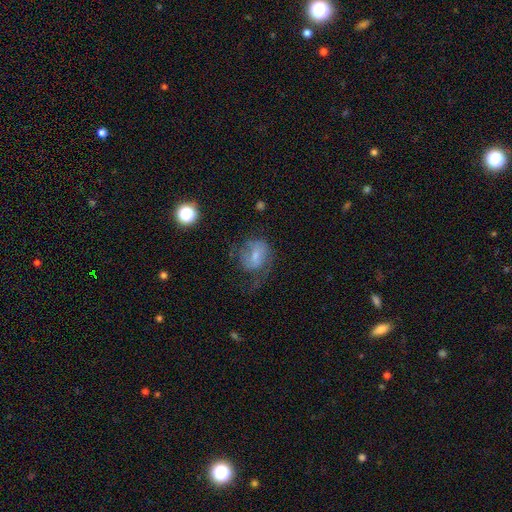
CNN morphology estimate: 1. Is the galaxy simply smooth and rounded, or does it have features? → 50% featured or disk, 41% smooth, 10% star or artifact.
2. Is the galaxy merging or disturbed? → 38% none, 37% major disturbance, 23% minor disturbance, 2% merger.